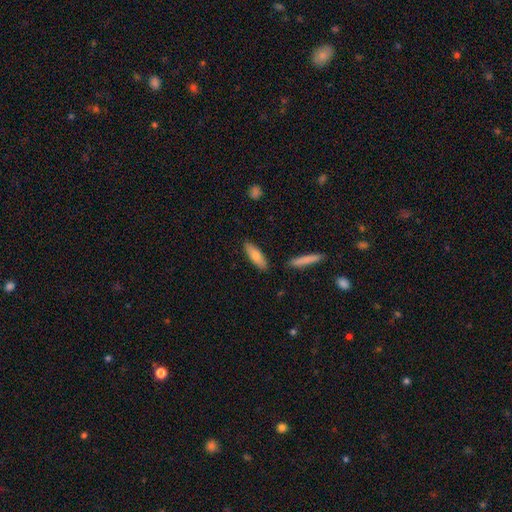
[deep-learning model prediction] This appears to be a smooth galaxy with no disk features (75%) that is in between round and cigar-shaped (50%). Merging: none (84%).